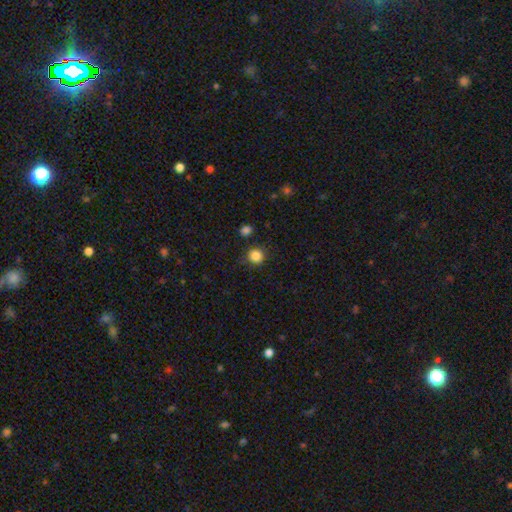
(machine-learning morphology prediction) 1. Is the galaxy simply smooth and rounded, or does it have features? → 86% smooth, 11% star or artifact, 3% featured or disk.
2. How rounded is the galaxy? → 92% round, 7% in between, 1% cigar-shaped.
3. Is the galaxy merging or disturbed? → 84% none, 10% minor disturbance, 3% merger, 3% major disturbance.